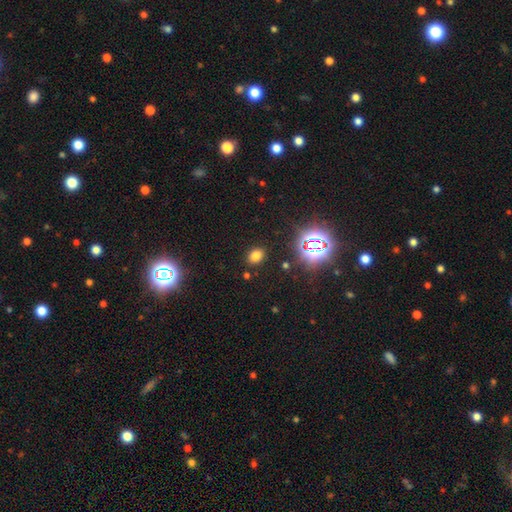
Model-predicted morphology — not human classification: smooth-or-featured: smooth: 70% | star or artifact: 24% | featured or disk: 6%
  how-rounded: in between: 64% | round: 34% | cigar-shaped: 1%
  merging: none: 86% | minor disturbance: 8% | major disturbance: 3% | merger: 2%